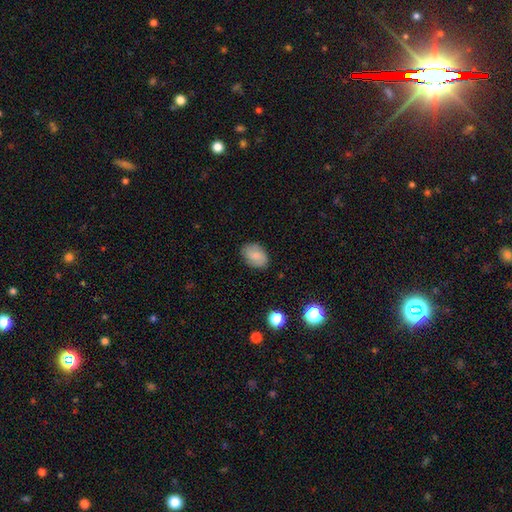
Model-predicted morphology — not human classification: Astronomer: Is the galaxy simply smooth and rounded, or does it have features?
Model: smooth — 74%.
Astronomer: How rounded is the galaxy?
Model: in between — 80%.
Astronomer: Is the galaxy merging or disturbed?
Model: none — 82%.